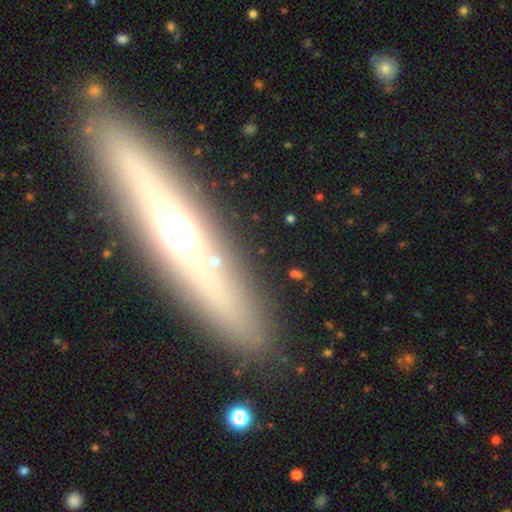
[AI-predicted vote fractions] The model was most divided on "smooth or featured": featured or disk: 58%, smooth: 32%, star or artifact: 10%. More confident: merging — none (87%); edge-on disk — yes (83%).